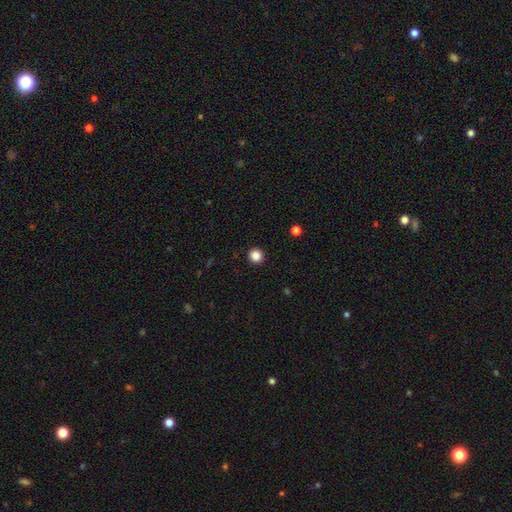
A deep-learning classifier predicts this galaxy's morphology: Smooth or featured?
  - smooth: 86% *
  - star or artifact: 11%
  - featured or disk: 3%
How rounded?
  - round: 94% *
  - in between: 5%
  - cigar-shaped: 1%
Merging?
  - none: 93% *
  - minor disturbance: 4%
  - major disturbance: 2%
  - merger: 1%